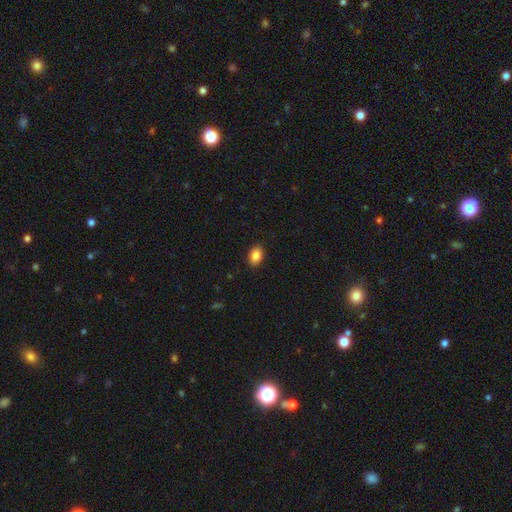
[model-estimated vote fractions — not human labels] A smooth galaxy with no disk features (86%) that is in between round and cigar-shaped (84%). Merging: none (89%).